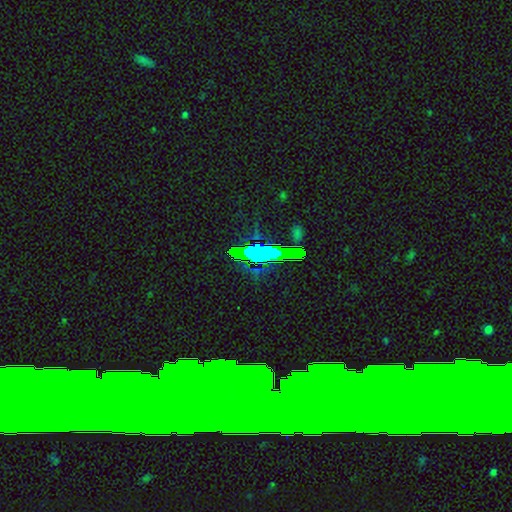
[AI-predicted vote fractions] Morphology: type=star or artifact (64%).